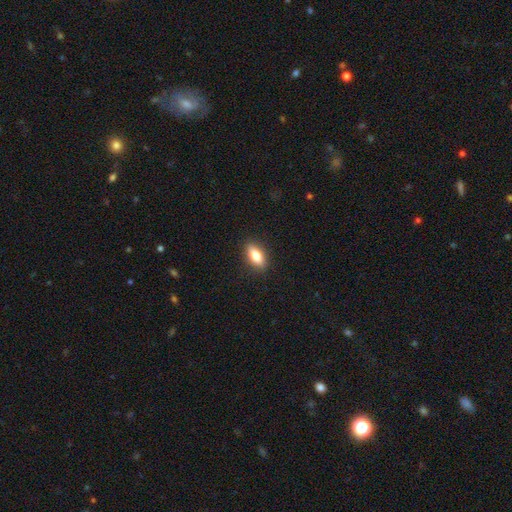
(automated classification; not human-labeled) This is likely a smooth galaxy (75%). How rounded: likely in between (78%). Merging: clearly none (89%).